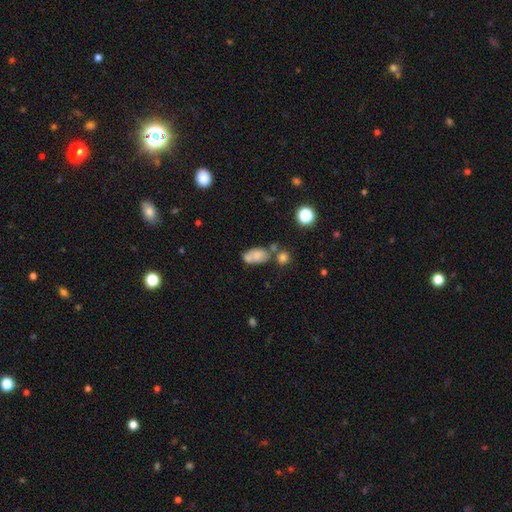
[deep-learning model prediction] A smooth galaxy with no disk features (70%) that is in between round and cigar-shaped (88%).

Vote fractions:
- Smooth or featured? smooth: 70% / featured or disk: 19% / star or artifact: 11%
- How rounded? in between: 88% / round: 9% / cigar-shaped: 3%
- Merging? none: 42% / merger: 30% / minor disturbance: 19% / major disturbance: 8%